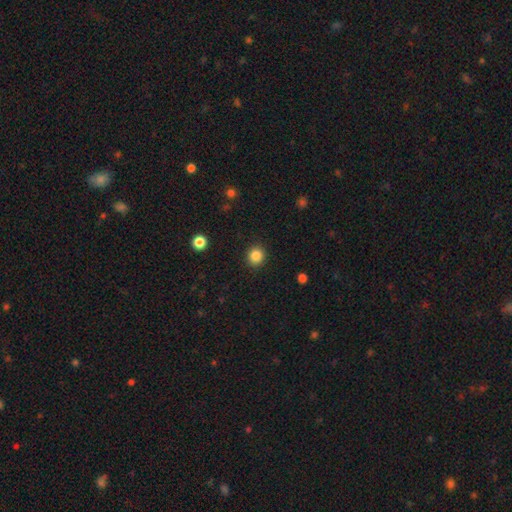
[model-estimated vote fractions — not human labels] smooth_or_featured: smooth (p=0.86) [alt: star or artifact p=0.11]
how_rounded: round (p=0.88) [alt: in between p=0.12]
merging: none (p=0.91) [alt: minor disturbance p=0.06]